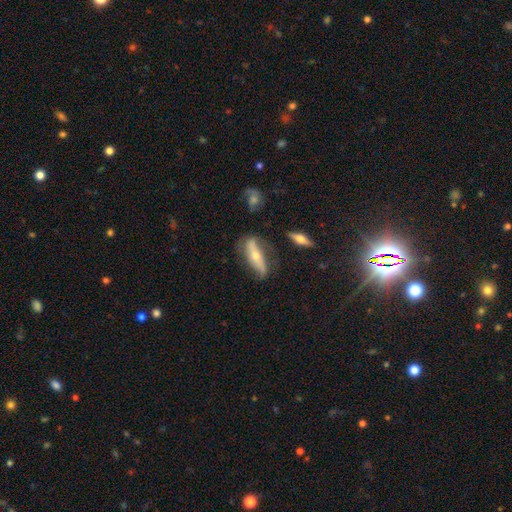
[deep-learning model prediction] A featured or disk galaxy (55%) viewed edge-on (65%).

Vote fractions:
- Smooth or featured? featured or disk: 55% / smooth: 38% / star or artifact: 7%
- Edge-on disk? yes: 65% / no: 35%
- Merging? none: 61% / minor disturbance: 25% / major disturbance: 10% / merger: 5%